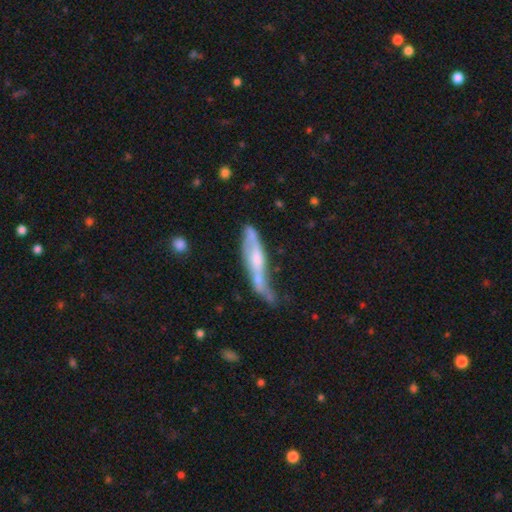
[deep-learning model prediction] This is possibly a featured or disk galaxy (58%). It is possibly viewed edge-on (53%). Merging: marginally none (31%).